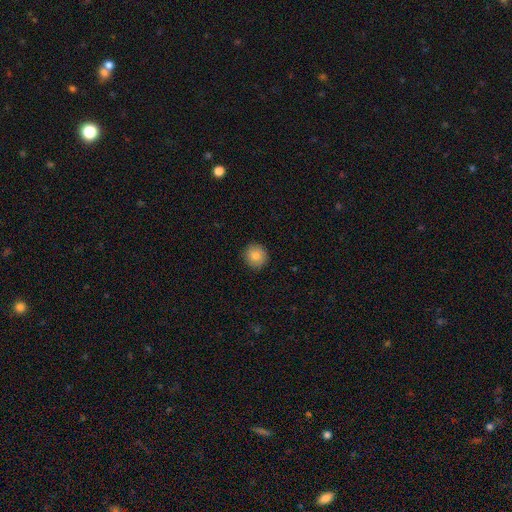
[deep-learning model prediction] smooth_or_featured: smooth (p=0.83) [alt: star or artifact p=0.09]
how_rounded: round (p=0.93) [alt: in between p=0.06]
merging: none (p=0.91) [alt: minor disturbance p=0.07]